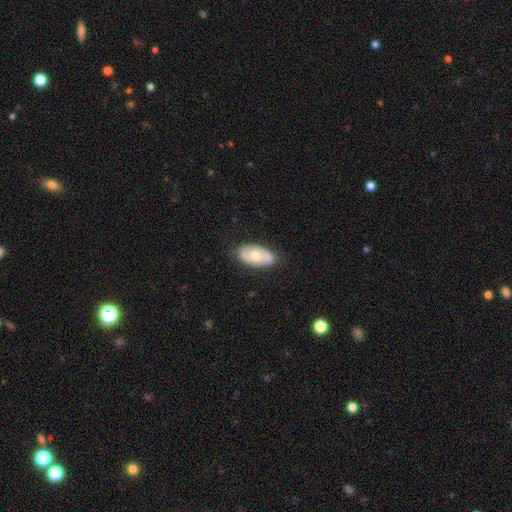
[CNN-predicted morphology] smooth_or_featured: smooth (p=0.49) [alt: featured or disk p=0.46]
merging: none (p=0.77) [alt: minor disturbance p=0.18]